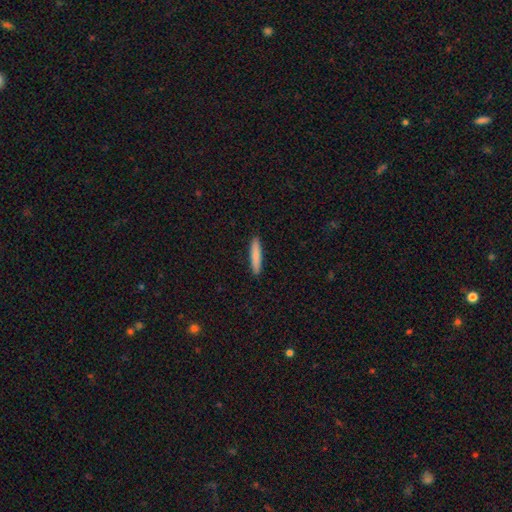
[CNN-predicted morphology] Q: Smooth or featured?
A: smooth (84%); runner-up: featured or disk (11%)
Q: How rounded?
A: cigar-shaped (89%); runner-up: in between (10%)
Q: Merging?
A: none (92%); runner-up: minor disturbance (6%)